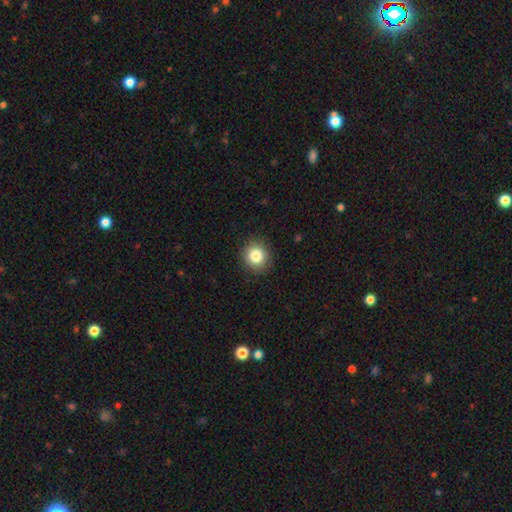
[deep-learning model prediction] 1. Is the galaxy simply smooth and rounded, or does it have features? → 83% smooth, 10% star or artifact, 6% featured or disk.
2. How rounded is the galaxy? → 88% round, 12% in between, 1% cigar-shaped.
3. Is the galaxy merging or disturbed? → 90% none, 7% minor disturbance, 2% major disturbance, 1% merger.